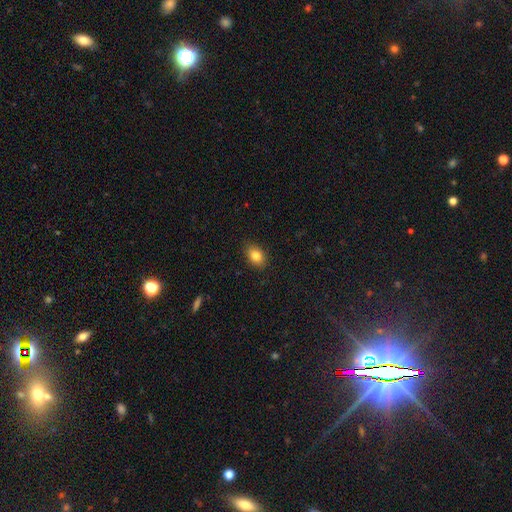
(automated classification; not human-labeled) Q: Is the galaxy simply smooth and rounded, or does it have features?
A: smooth — 84%.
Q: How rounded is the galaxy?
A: in between — 76%.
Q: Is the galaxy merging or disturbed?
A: none — 86%.